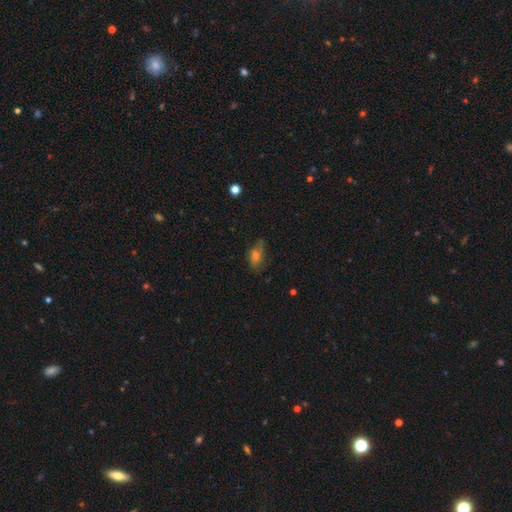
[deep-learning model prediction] Smooth or featured? Predicted: smooth (p=0.52). How rounded? Predicted: in between (p=0.77). Merging? Predicted: none (p=0.61).